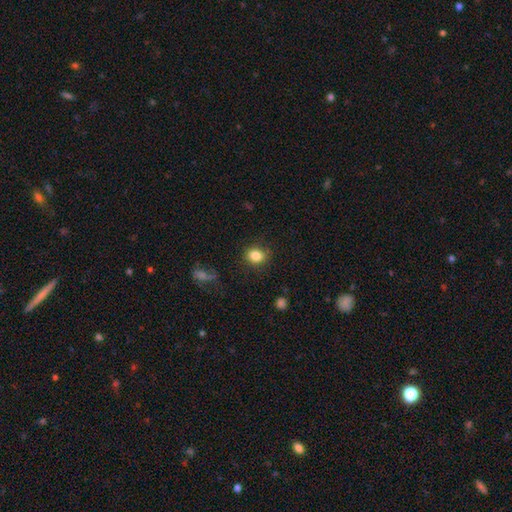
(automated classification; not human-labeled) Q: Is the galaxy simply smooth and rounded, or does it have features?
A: smooth — 84%.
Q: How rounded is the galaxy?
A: round — 68%.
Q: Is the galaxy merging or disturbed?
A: none — 84%.